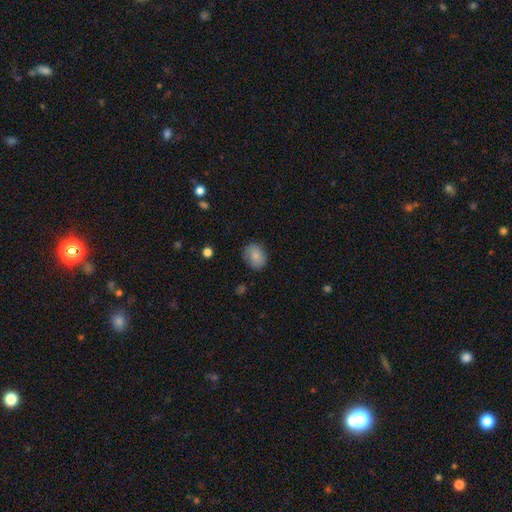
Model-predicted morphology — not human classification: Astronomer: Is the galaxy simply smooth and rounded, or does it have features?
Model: smooth — 85%.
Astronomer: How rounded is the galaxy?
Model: in between — 58% (runner-up: round, 41%).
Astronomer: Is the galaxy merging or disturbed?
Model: none — 80%.